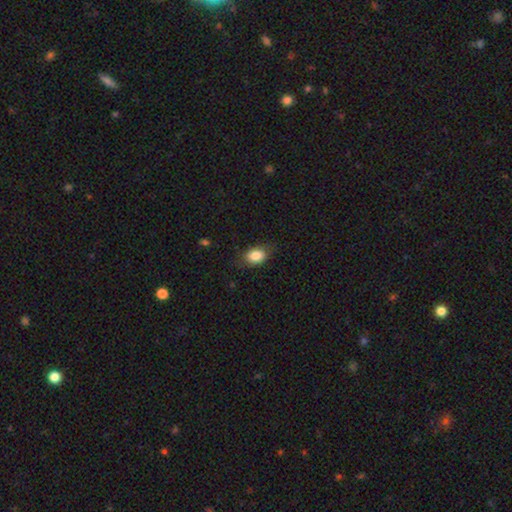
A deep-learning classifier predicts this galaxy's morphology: smooth 84%, star or artifact 8%, featured or disk 8%. Down the decision tree: how rounded — in between (78%); merging — none (75%).